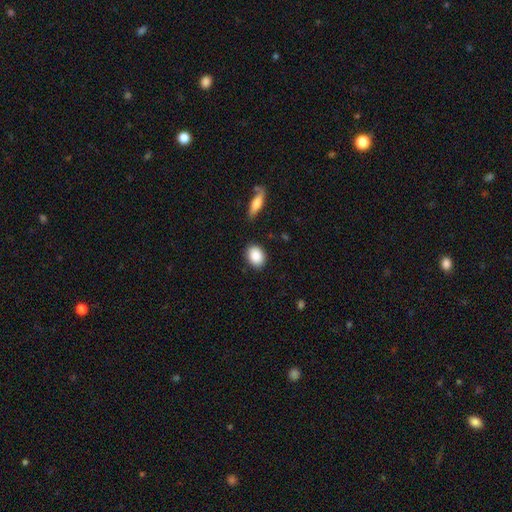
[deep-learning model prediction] Smooth or featured: smooth — 88% (star or artifact — 7%)
How rounded: in between — 73% (round — 25%)
Merging: none — 85% (minor disturbance — 10%)